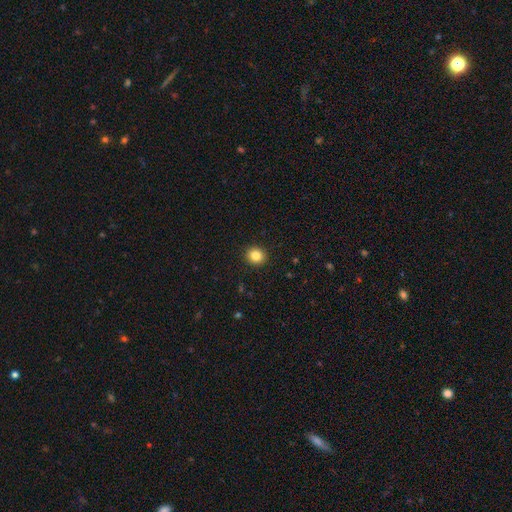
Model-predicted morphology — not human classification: Overall: smooth (84%). How rounded: round (82%). Merging: none (93%).